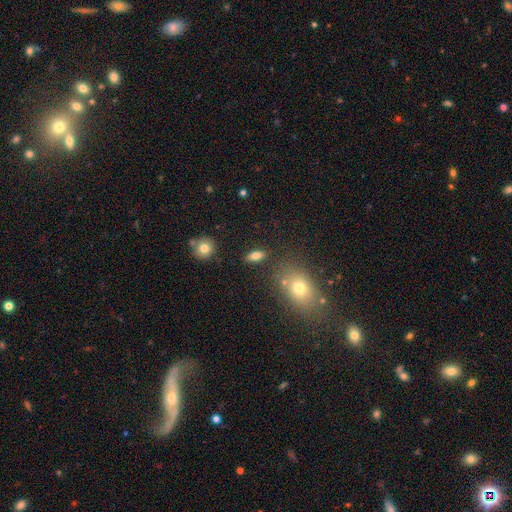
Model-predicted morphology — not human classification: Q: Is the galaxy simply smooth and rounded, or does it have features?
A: smooth — 77%.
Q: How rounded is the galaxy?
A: in between — 83%.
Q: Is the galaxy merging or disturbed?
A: none — 83%.